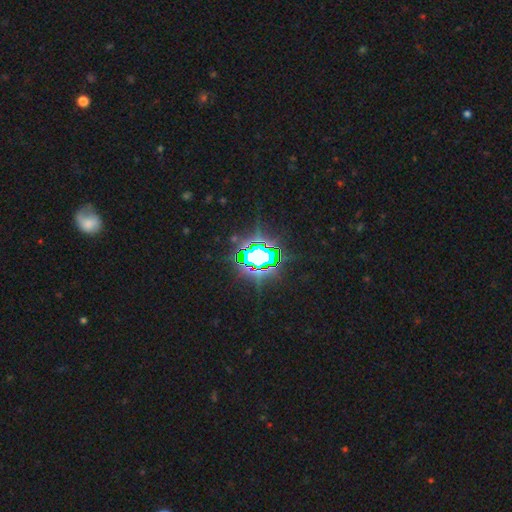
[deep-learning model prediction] smooth_or_featured: star or artifact (p=0.76) [alt: smooth p=0.12]